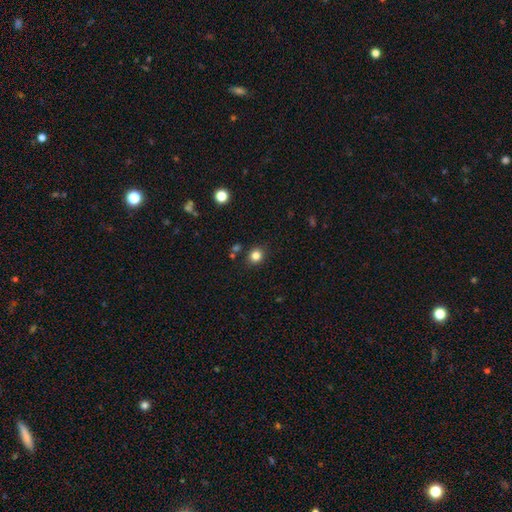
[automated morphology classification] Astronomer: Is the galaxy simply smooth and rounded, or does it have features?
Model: smooth — 82%.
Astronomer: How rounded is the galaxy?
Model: round — 77%.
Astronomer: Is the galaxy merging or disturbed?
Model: none — 85%.